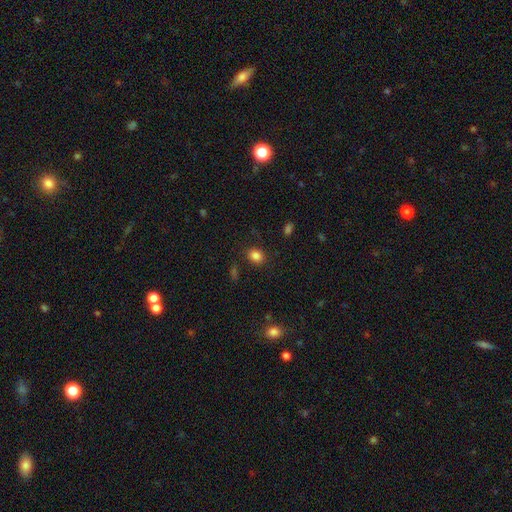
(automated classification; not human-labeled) Smooth or featured? smooth (84%)
How rounded? round (55%)
Merging? none (85%)